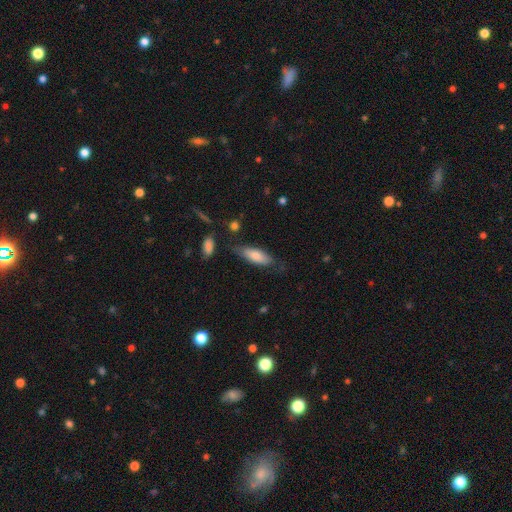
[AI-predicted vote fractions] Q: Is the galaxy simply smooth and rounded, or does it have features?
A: smooth — 75%.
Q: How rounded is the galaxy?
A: in between — 64%.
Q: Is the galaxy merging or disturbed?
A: none — 65%.